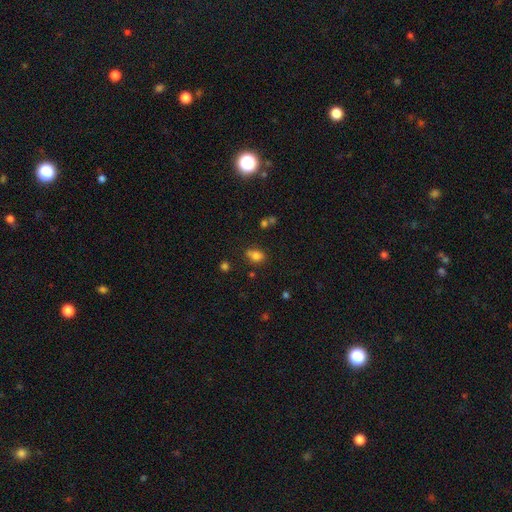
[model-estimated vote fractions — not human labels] Overall: smooth (76%). How rounded: in between (54%; round 44%). Merging: none (60%; minor disturbance 21%).